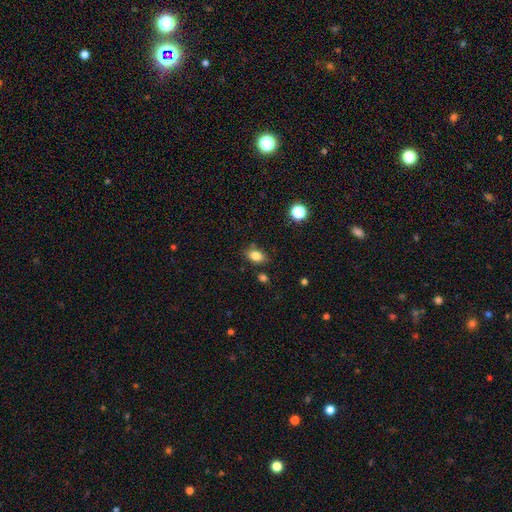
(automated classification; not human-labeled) The model was most divided on "merging": none: 78%, minor disturbance: 14%, merger: 4%, major disturbance: 3%. More confident: how rounded — in between (83%); smooth or featured — smooth (83%).